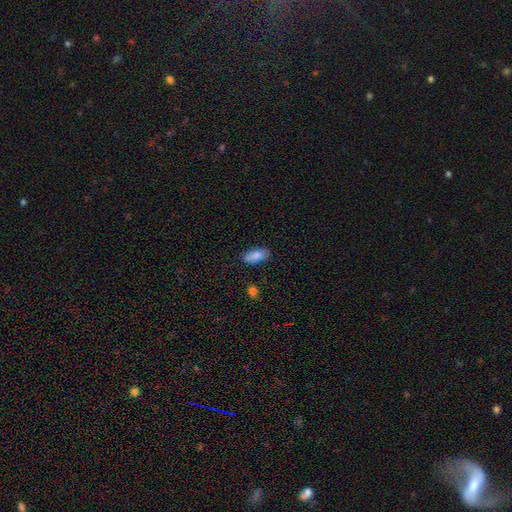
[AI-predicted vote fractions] This is clearly a smooth galaxy (83%). How rounded: clearly in between (82%). Merging: likely none (80%).